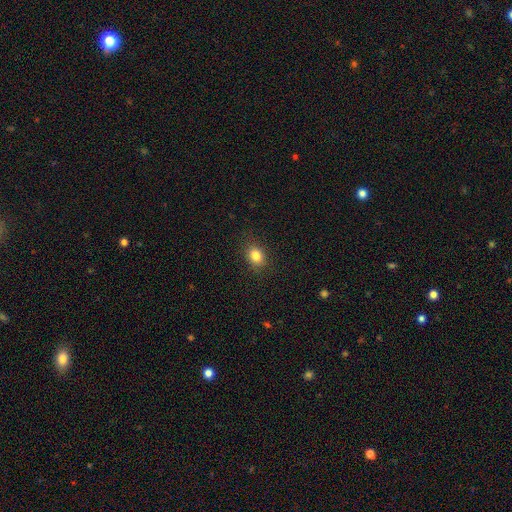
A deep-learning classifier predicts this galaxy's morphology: This is clearly a smooth galaxy (83%). How rounded: possibly in between (58%). Merging: clearly none (86%).